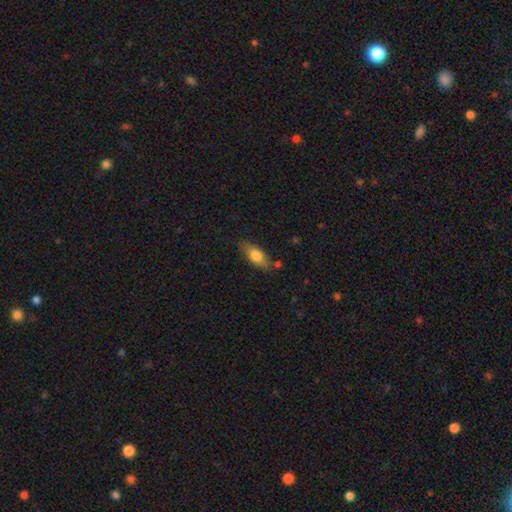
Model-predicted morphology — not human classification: The model was most divided on "smooth or featured": smooth: 73%, featured or disk: 20%, star or artifact: 7%. More confident: how rounded — in between (81%); merging — none (76%).